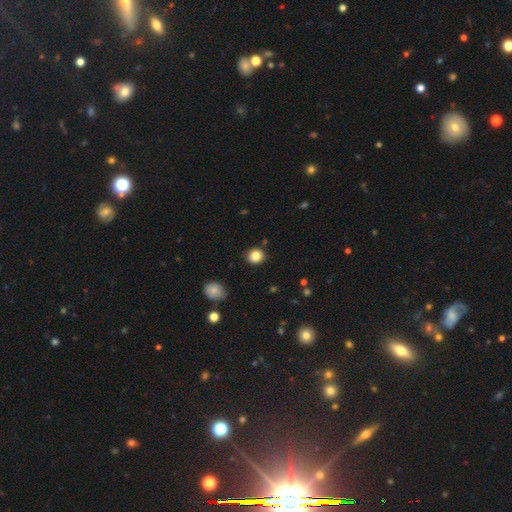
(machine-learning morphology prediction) A smooth galaxy with no disk features (84%) that is round (86%). Merging: none (90%).